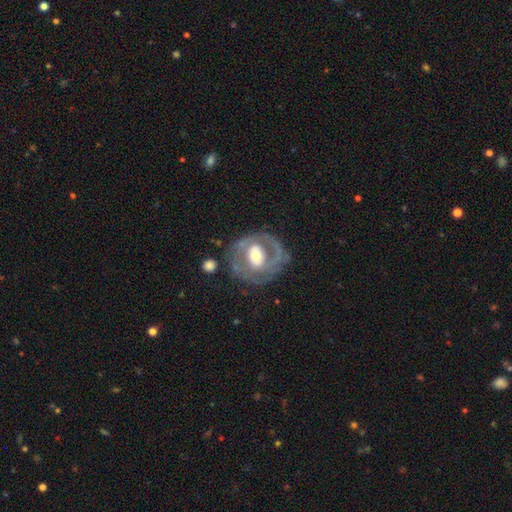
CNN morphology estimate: Q: Smooth or featured?
A: featured or disk (70%); runner-up: smooth (24%)
Q: Edge-on disk?
A: no (96%); runner-up: yes (4%)
Q: Bar?
A: no (49%); runner-up: weak (33%)
Q: Spiral arms?
A: yes (53%); runner-up: no (47%)
Q: Bulge size?
A: moderate (59%); runner-up: small (19%)
Q: Merging?
A: none (63%); runner-up: minor disturbance (19%)